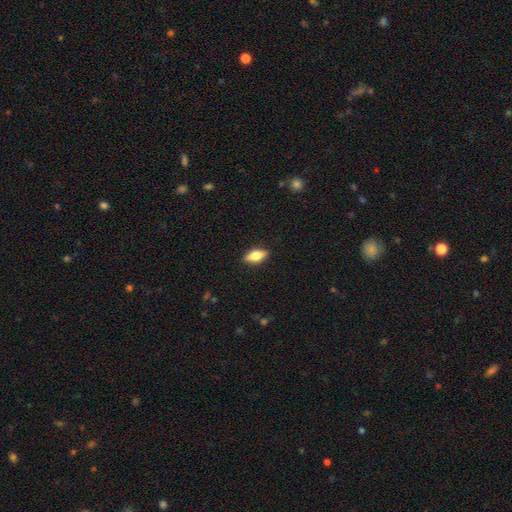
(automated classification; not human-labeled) This appears to be a smooth galaxy with no disk features (64%) that is in between round and cigar-shaped (77%). Merging: none (88%).